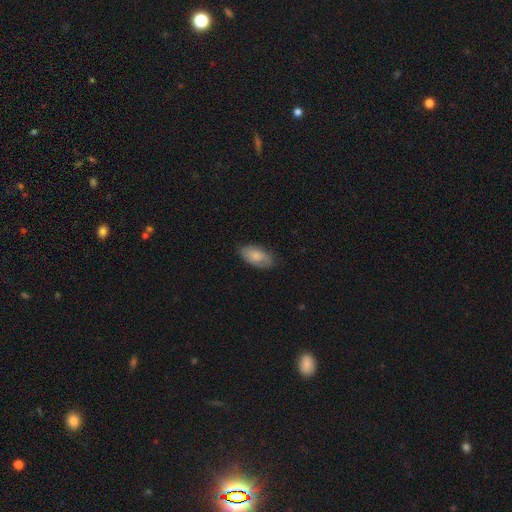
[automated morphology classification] This appears to be a smooth galaxy with no disk features (77%) that is in between round and cigar-shaped (94%). Merging: none (78%).